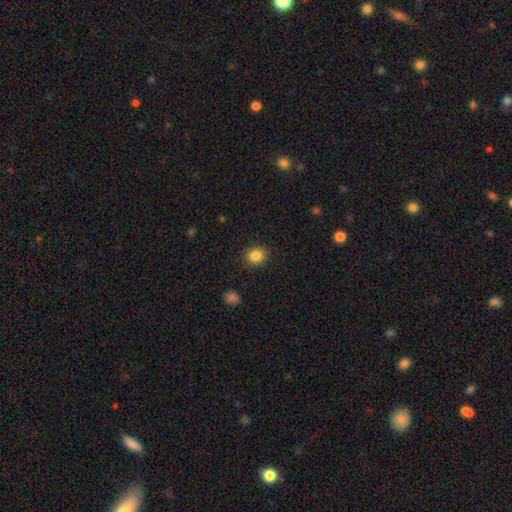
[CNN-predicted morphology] The model was most divided on "how rounded": round: 76%, in between: 23%, cigar-shaped: 1%. More confident: merging — none (89%); smooth or featured — smooth (85%).